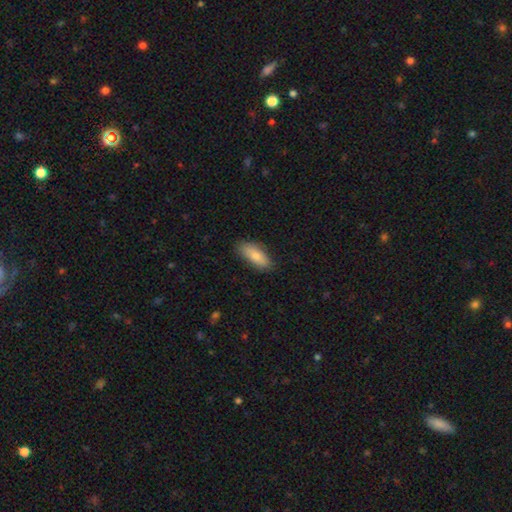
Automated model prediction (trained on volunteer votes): smooth_or_featured: smooth (p=0.77) [alt: featured or disk p=0.17]
how_rounded: in between (p=0.74) [alt: cigar-shaped p=0.23]
merging: none (p=0.84) [alt: minor disturbance p=0.13]